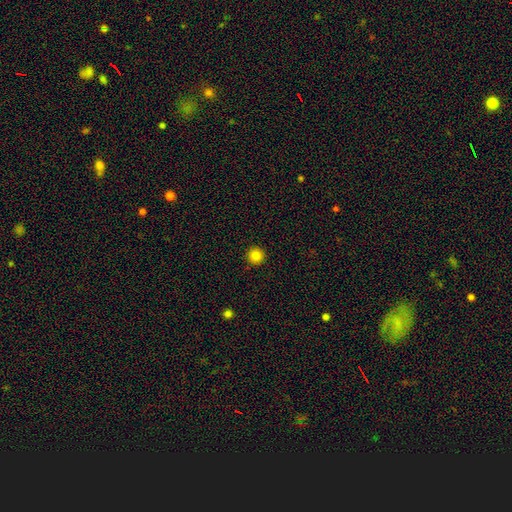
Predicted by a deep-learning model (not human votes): A smooth galaxy with no disk features (84%) that is round (96%).

Vote fractions:
- Smooth or featured? smooth: 84% / star or artifact: 11% / featured or disk: 4%
- How rounded? round: 96% / in between: 3% / cigar-shaped: 1%
- Merging? none: 93% / minor disturbance: 4% / major disturbance: 1% / merger: 1%